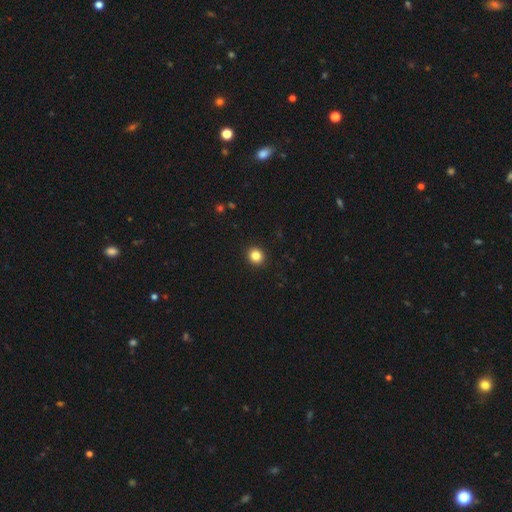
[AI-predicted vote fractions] Q: Smooth or featured?
A: smooth (84%); runner-up: star or artifact (11%)
Q: How rounded?
A: round (88%); runner-up: in between (12%)
Q: Merging?
A: none (93%); runner-up: minor disturbance (4%)